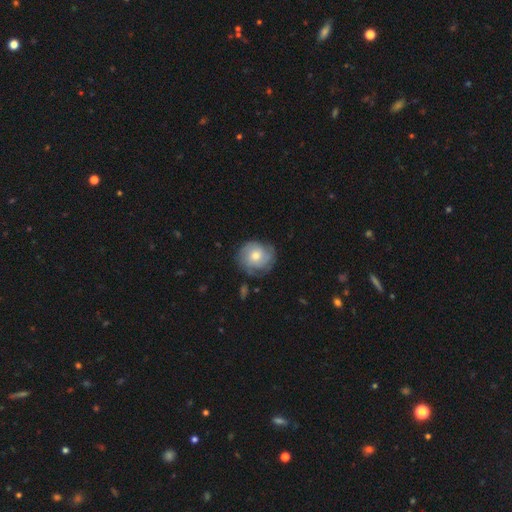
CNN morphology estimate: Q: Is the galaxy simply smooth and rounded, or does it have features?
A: featured or disk — 55%.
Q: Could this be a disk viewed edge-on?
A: no — 97%.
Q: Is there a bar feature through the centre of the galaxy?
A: no — 79%.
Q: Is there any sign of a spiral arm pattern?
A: yes — 83%.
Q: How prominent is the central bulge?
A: moderate — 65%.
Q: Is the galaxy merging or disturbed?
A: none — 74%.